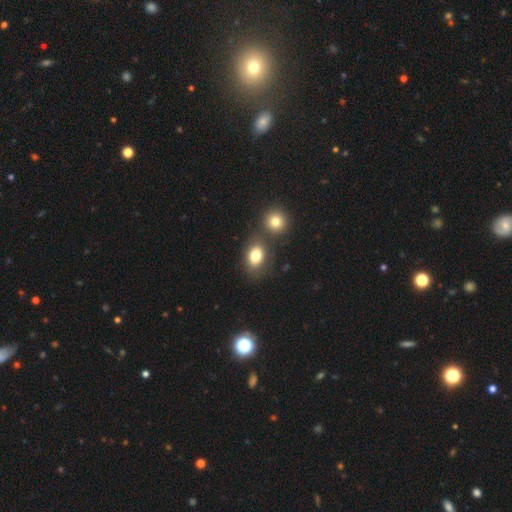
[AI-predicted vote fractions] A smooth galaxy with no disk features (80%) that is in between round and cigar-shaped (71%).

Vote fractions:
- Smooth or featured? smooth: 80% / featured or disk: 11% / star or artifact: 9%
- How rounded? in between: 71% / round: 28% / cigar-shaped: 1%
- Merging? none: 59% / merger: 24% / minor disturbance: 13% / major disturbance: 5%